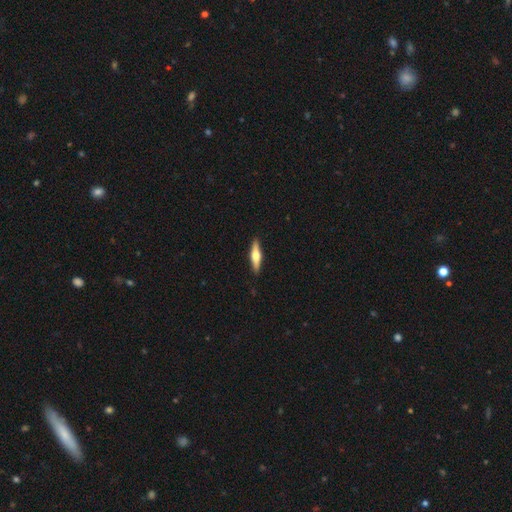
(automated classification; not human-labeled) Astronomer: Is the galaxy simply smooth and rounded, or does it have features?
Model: featured or disk — 59% (runner-up: smooth, 36%).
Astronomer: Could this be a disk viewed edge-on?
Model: yes — 96%.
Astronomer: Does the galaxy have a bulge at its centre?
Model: rounded — 93%.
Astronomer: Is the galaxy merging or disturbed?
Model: none — 91%.